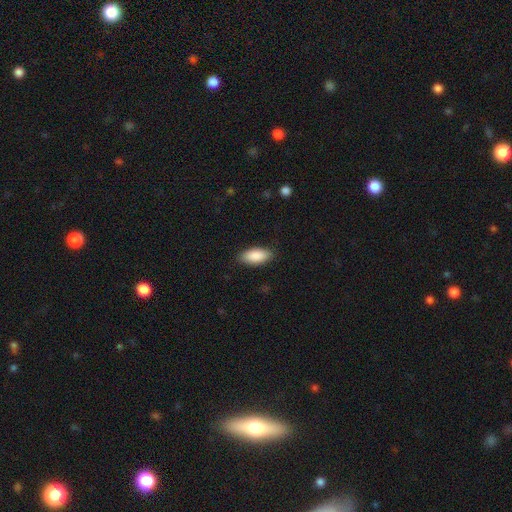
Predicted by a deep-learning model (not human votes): A smooth galaxy with no disk features (88%) that is in between round and cigar-shaped (88%). Merging: none (87%).